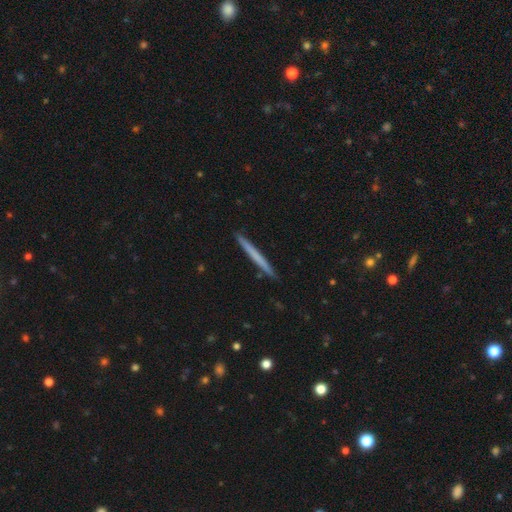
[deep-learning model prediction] The model was most divided on "smooth or featured": smooth: 57%, featured or disk: 38%, star or artifact: 5%. More confident: how rounded — cigar-shaped (97%); merging — none (92%).